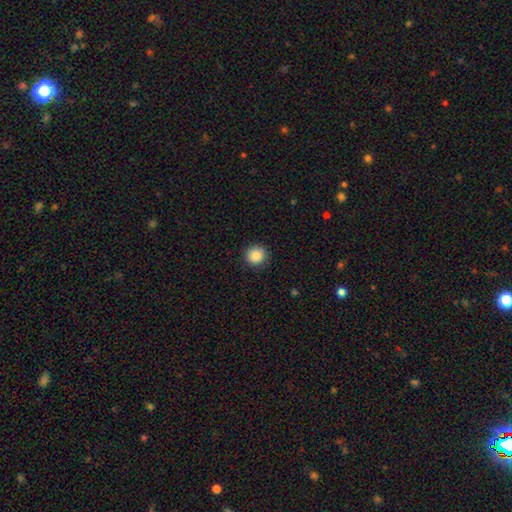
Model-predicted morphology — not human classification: Smooth or featured? Predicted: smooth (p=0.89). How rounded? Predicted: round (p=0.92). Merging? Predicted: none (p=0.90).